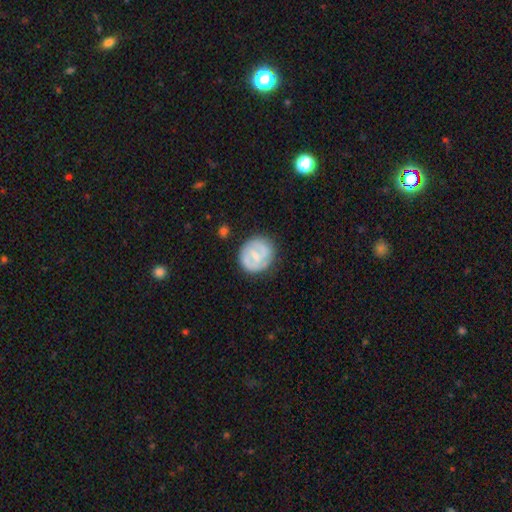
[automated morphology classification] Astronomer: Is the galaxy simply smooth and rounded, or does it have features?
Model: featured or disk — 51% (runner-up: smooth, 43%).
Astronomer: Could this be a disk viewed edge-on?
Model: no — 97%.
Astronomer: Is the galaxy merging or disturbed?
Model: none — 76%.